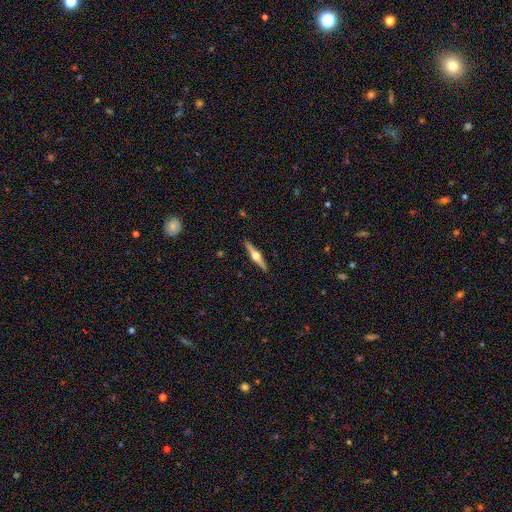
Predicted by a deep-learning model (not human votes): smooth-or-featured: featured or disk: 76% | smooth: 19% | star or artifact: 5%
  disk-edge-on: yes: 98% | no: 2%
    edge-on-bulge: rounded: 95% | boxy: 3% | none: 2%
  merging: none: 91% | minor disturbance: 7% | major disturbance: 1% | merger: 1%